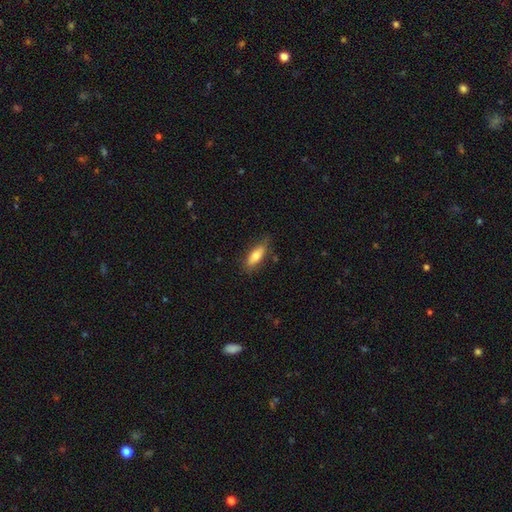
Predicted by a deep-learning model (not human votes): Smooth or featured: smooth — 75% (featured or disk — 19%)
How rounded: in between — 67% (cigar-shaped — 31%)
Merging: none — 76% (minor disturbance — 18%)